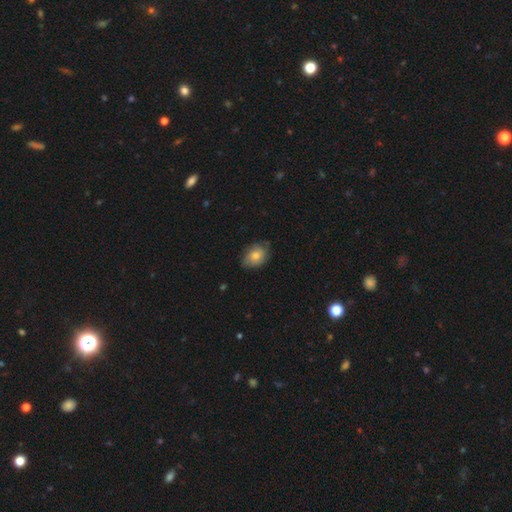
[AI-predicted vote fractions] smooth 71%, featured or disk 21%, star or artifact 7%. Down the decision tree: how rounded — in between (77%); merging — none (71%).